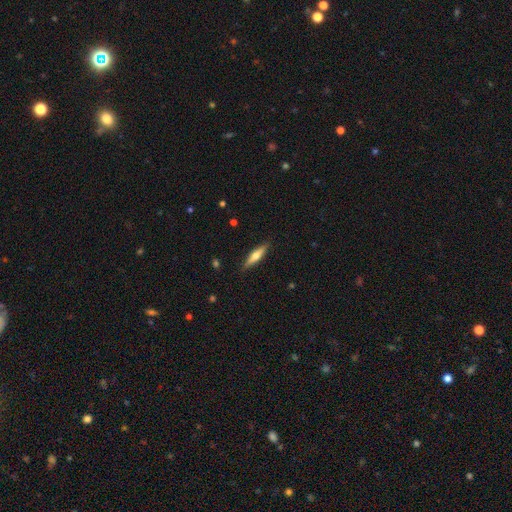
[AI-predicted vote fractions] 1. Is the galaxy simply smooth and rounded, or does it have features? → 50% featured or disk, 44% smooth, 6% star or artifact.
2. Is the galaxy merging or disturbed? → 88% none, 9% minor disturbance, 2% major disturbance, 1% merger.